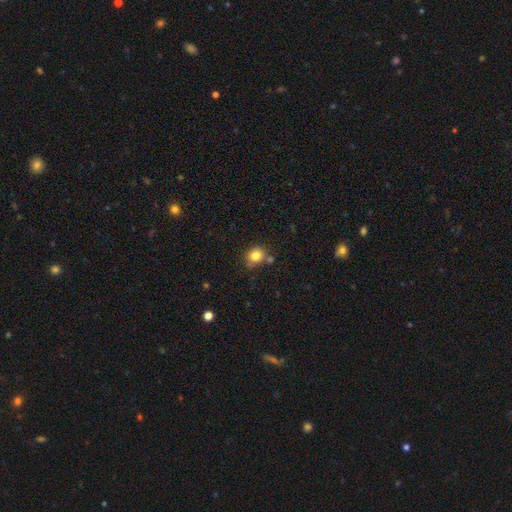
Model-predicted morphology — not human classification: This is clearly a smooth galaxy (82%). How rounded: likely round (75%). Merging: likely none (65%).